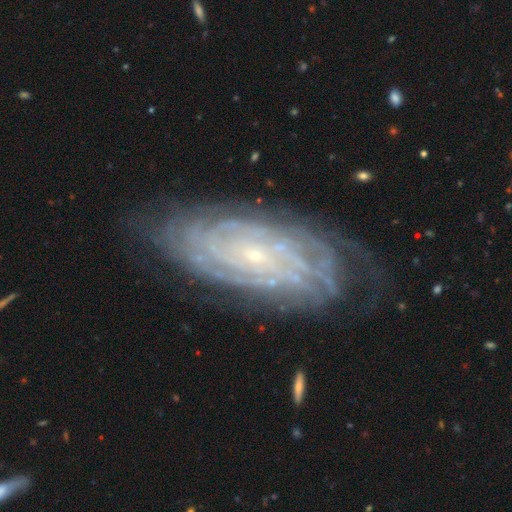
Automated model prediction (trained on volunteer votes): featured or disk 87%, smooth 6%, star or artifact 6%. Down the decision tree: edge-on disk — no (94%); bar — no (73%); spiral arms — yes (97%); spiral arm count — can't tell (34%); spiral winding — tight (86%); bulge size — small (87%); merging — none (76%).